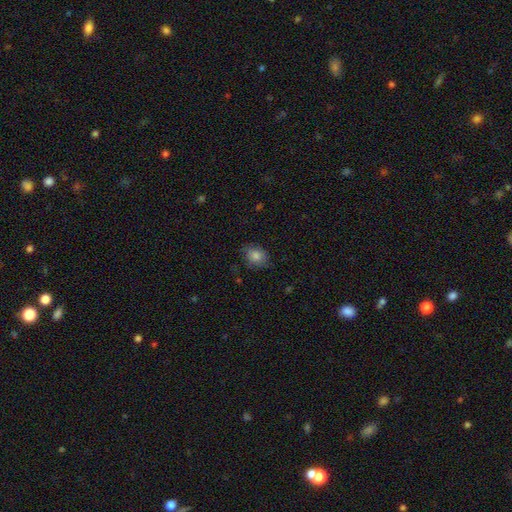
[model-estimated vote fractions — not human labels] This appears to be a smooth galaxy with no disk features (83%) that is in between round and cigar-shaped (55%). Merging: none (75%).